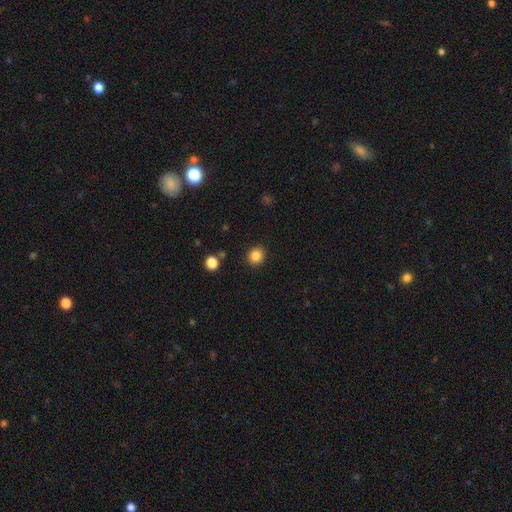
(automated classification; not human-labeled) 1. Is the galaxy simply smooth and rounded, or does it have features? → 85% smooth, 11% star or artifact, 4% featured or disk.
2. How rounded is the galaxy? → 77% round, 22% in between, 1% cigar-shaped.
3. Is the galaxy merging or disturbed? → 90% none, 6% minor disturbance, 2% major disturbance, 2% merger.